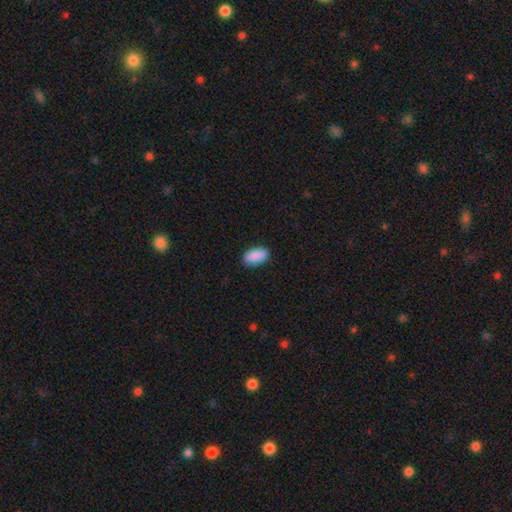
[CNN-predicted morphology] Smooth or featured? smooth (90%)
How rounded? in between (94%)
Merging? none (87%)